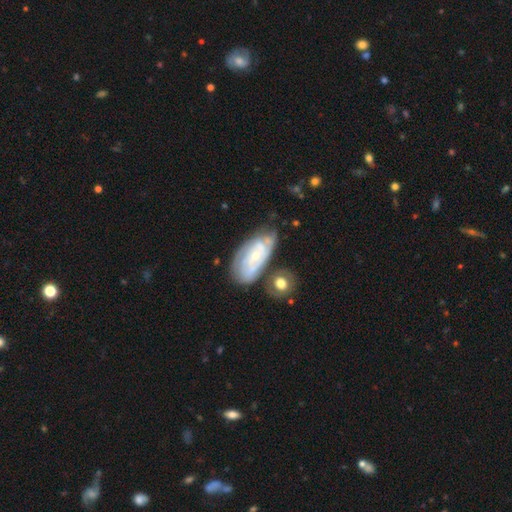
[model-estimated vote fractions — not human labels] Overall: featured or disk (73%). Edge-on disk: no (93%). Bar: no (71%). Spiral arms: yes (80%). Spiral arm count: can't tell (54%; 2 25%). Spiral winding: tight (67%). Bulge size: small (65%; moderate 32%). Merging: none (55%; minor disturbance 23%).